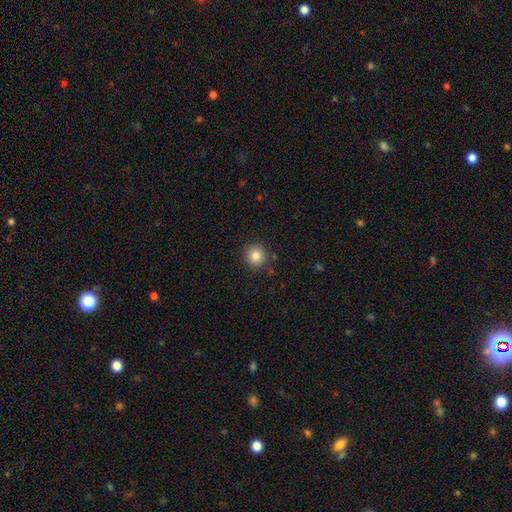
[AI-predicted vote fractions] smooth-or-featured: smooth: 83% | star or artifact: 10% | featured or disk: 6%
  how-rounded: round: 92% | in between: 7% | cigar-shaped: 1%
  merging: none: 88% | minor disturbance: 8% | major disturbance: 2% | merger: 2%